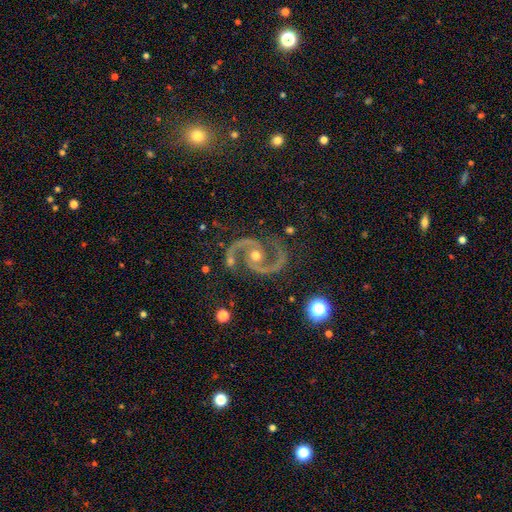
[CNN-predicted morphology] Overall: featured or disk (94%). Edge-on disk: no (98%). Bar: no (65%). Spiral arms: yes (98%). Spiral arm count: 2 (95%). Spiral winding: medium (69%). Bulge size: moderate (71%). Merging: none (78%).